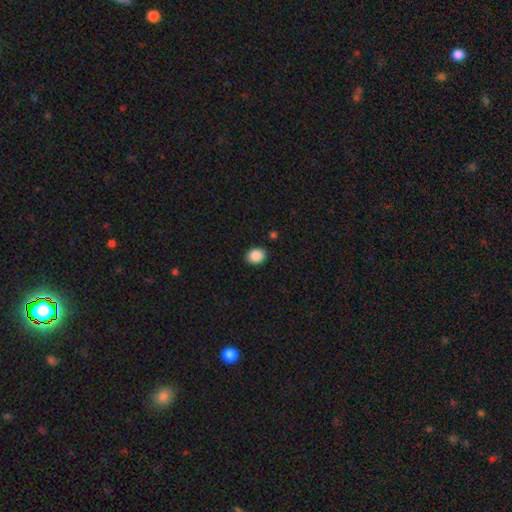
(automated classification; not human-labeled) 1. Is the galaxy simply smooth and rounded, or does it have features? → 89% smooth, 8% star or artifact, 3% featured or disk.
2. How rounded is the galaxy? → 55% in between, 45% round, 1% cigar-shaped.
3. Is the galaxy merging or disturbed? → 88% none, 8% minor disturbance, 2% major disturbance, 2% merger.